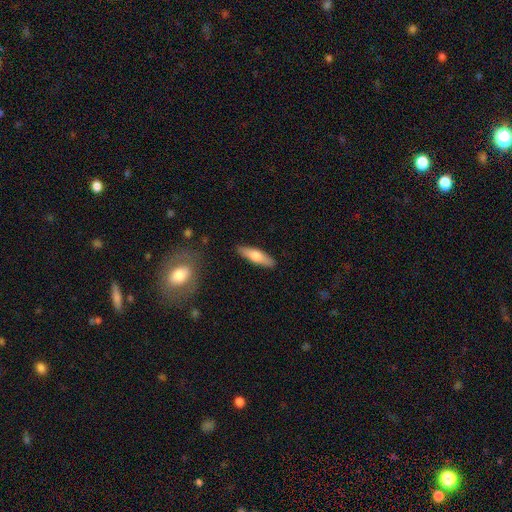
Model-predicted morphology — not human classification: Smooth or featured? Predicted: smooth (p=0.65). How rounded? Predicted: cigar-shaped (p=0.64). Merging? Predicted: none (p=0.89).